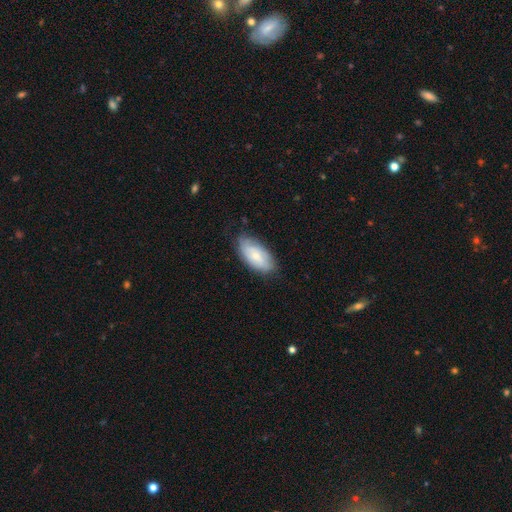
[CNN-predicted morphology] Q: Smooth or featured?
A: smooth (61%); runner-up: featured or disk (33%)
Q: How rounded?
A: in between (91%); runner-up: cigar-shaped (6%)
Q: Merging?
A: none (74%); runner-up: minor disturbance (21%)